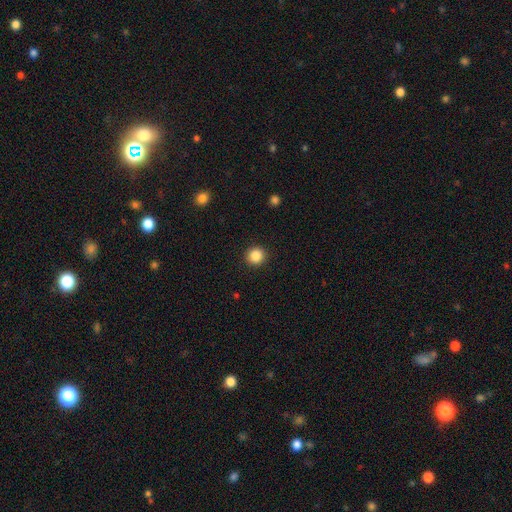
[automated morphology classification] A smooth galaxy with no disk features (86%) that is round (93%). Merging: none (92%).